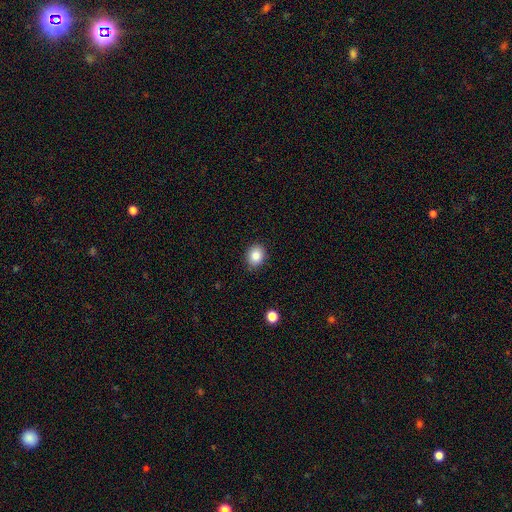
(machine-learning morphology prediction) The model was most divided on "how rounded": round: 57%, in between: 42%, cigar-shaped: 1%. More confident: merging — none (88%); smooth or featured — smooth (85%).